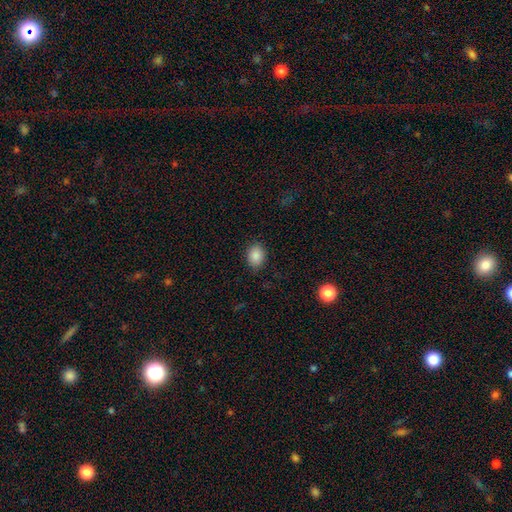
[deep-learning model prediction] The model was most divided on "how rounded": in between: 63%, round: 36%, cigar-shaped: 1%. More confident: smooth or featured — smooth (87%); merging — none (86%).